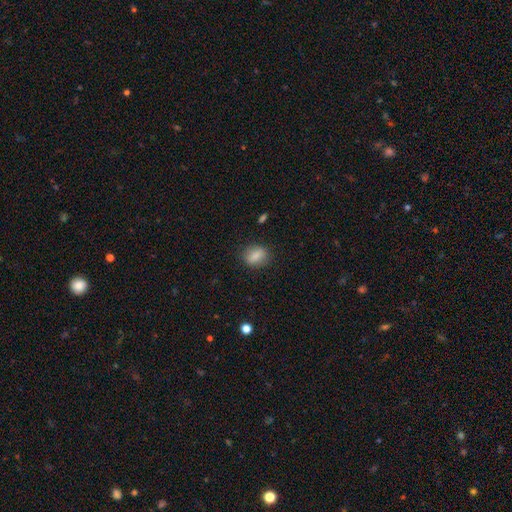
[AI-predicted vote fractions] Overall: smooth (84%). How rounded: in between (63%; round 34%). Merging: none (83%).